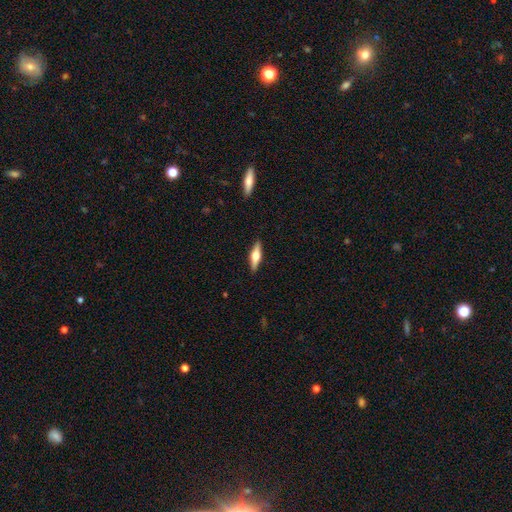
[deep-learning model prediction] This is possibly a featured or disk galaxy (58%). It is clearly viewed edge-on (96%). Edge-on bulge: clearly rounded (94%). Merging: clearly none (90%).